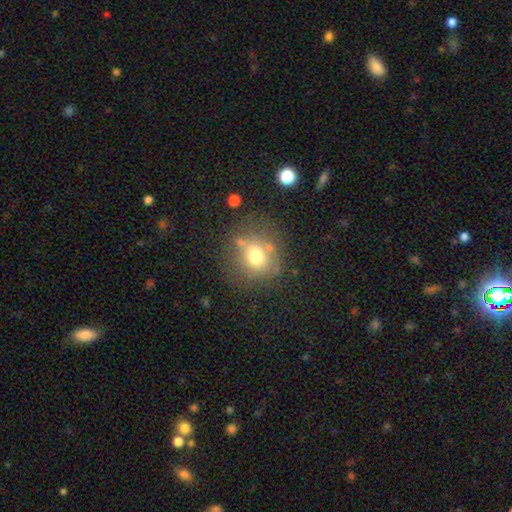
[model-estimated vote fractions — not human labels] Smooth or featured? smooth (68%)
How rounded? round (79%)
Merging? none (65%)